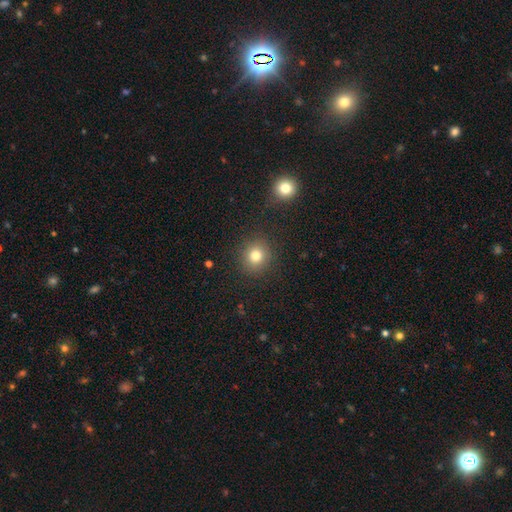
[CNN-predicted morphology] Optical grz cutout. It shows a smooth galaxy with no disk features (79%) that is round (89%). Merging: none (89%).